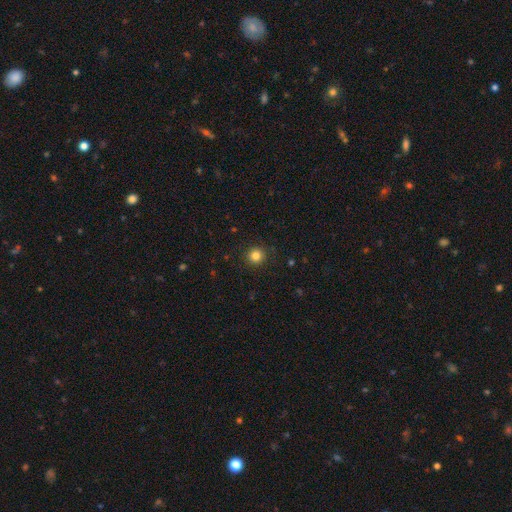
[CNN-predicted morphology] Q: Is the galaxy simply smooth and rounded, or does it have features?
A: smooth — 83%.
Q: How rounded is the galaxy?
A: round — 94%.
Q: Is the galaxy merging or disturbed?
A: none — 91%.